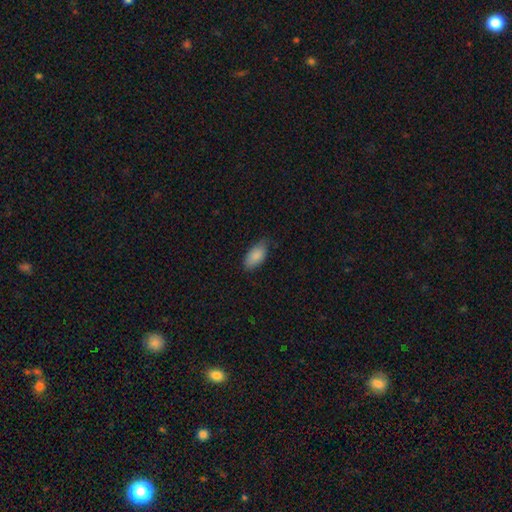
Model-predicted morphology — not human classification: This is clearly a smooth galaxy (87%). How rounded: clearly in between (92%). Merging: likely none (68%).